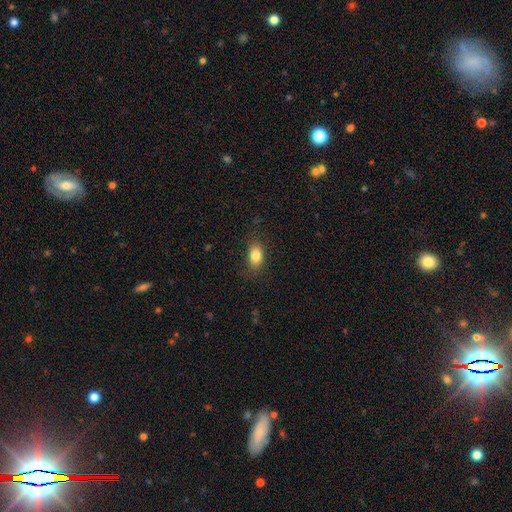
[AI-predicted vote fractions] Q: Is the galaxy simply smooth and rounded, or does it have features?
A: smooth — 83%.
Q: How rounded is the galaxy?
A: in between — 86%.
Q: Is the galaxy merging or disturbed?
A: none — 83%.